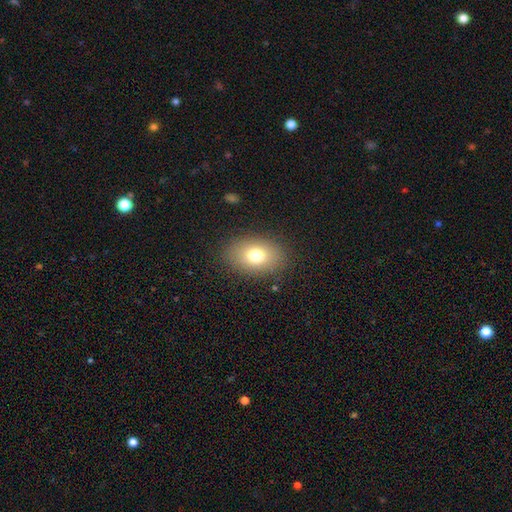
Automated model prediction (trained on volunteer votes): Smooth or featured? smooth (76%)
How rounded? in between (78%)
Merging? none (86%)